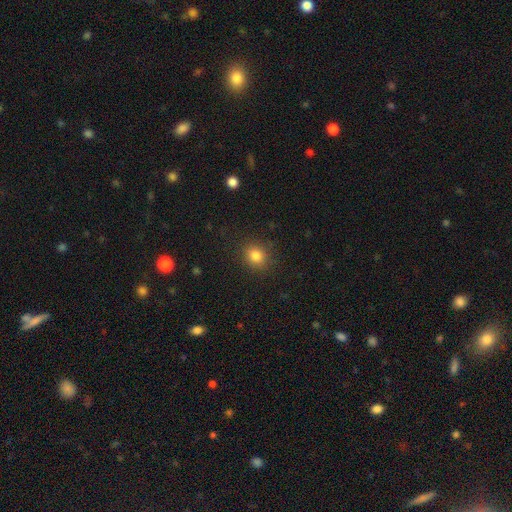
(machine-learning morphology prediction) Q: Smooth or featured?
A: smooth (83%); runner-up: star or artifact (12%)
Q: How rounded?
A: round (73%); runner-up: in between (26%)
Q: Merging?
A: none (87%); runner-up: minor disturbance (8%)